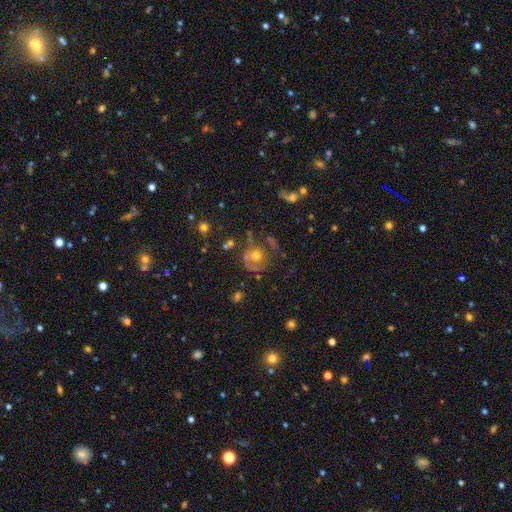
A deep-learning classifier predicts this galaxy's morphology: The model was most divided on "smooth or featured": featured or disk: 51%, smooth: 35%, star or artifact: 15%. Remaining: edge-on disk — no (97%); merging — none (49%).